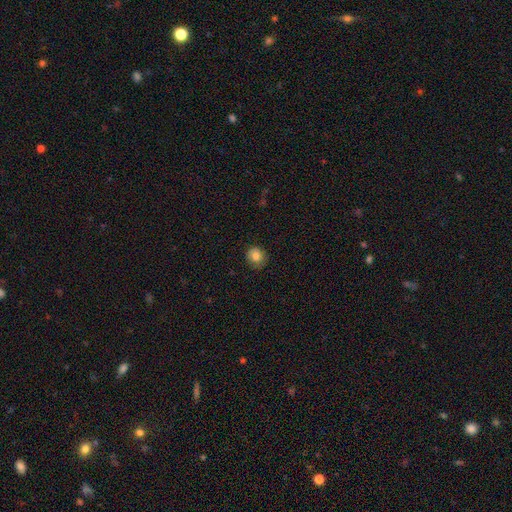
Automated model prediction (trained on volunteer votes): Smooth or featured: smooth — 83% (star or artifact — 10%)
How rounded: round — 86% (in between — 13%)
Merging: none — 84% (minor disturbance — 13%)